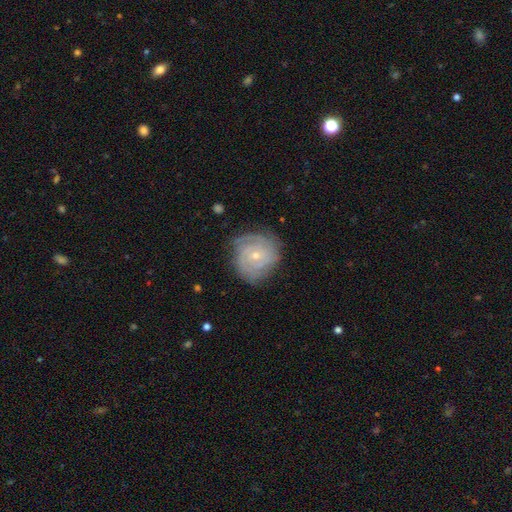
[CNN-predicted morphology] featured or disk 81%, smooth 13%, star or artifact 6%. Down the decision tree: edge-on disk — no (98%); bar — no (76%); spiral arms — yes (95%); spiral arm count — can't tell (32%); spiral winding — tight (77%); bulge size — small (69%); merging — none (75%).